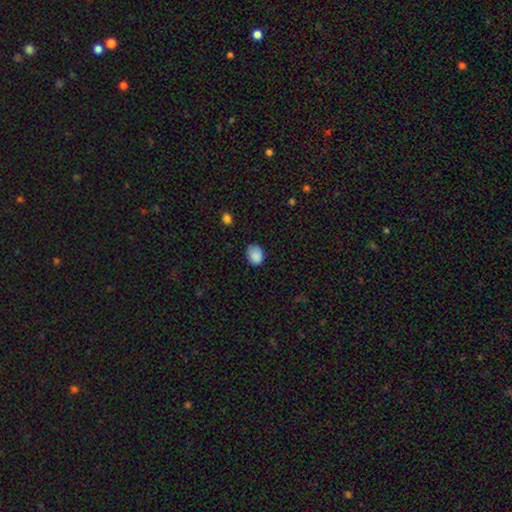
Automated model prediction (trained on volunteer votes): This is clearly a smooth galaxy (87%). How rounded: possibly in between (56%). Merging: likely none (71%).